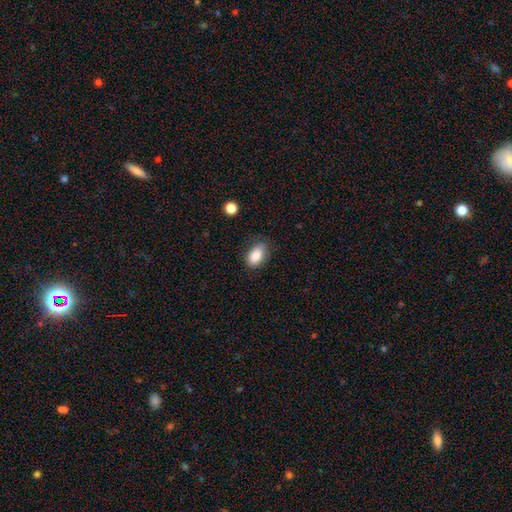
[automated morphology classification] Smooth or featured? smooth (86%)
How rounded? in between (90%)
Merging? none (74%)